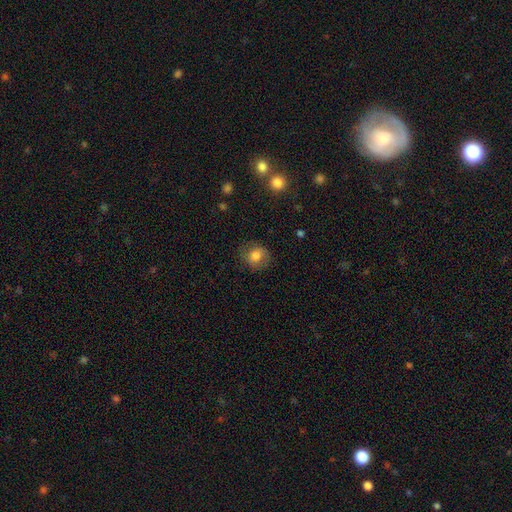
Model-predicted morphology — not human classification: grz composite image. It shows a smooth galaxy with no disk features (75%) that is round (74%). Merging: none (78%).